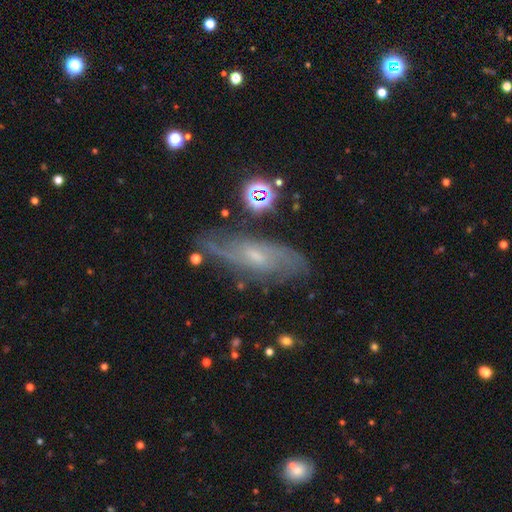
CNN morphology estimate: Smooth or featured?
  - featured or disk: 77% *
  - smooth: 14%
  - star or artifact: 9%
Edge-on disk?
  - no: 85% *
  - yes: 15%
Bar?
  - weak: 51% *
  - no: 39%
  - strong: 11%
Spiral arms?
  - yes: 92% *
  - no: 8%
Spiral winding?
  - medium: 45% *
  - tight: 31%
  - loose: 24%
Spiral arm count?
  - 2: 55% *
  - can't tell: 29%
  - 3: 7%
  - 1: 4%
  - 4: 3%
  - more than 4: 3%
Bulge size?
  - small: 56% *
  - moderate: 31%
  - none: 9%
  - large: 2%
  - dominant: 1%
Merging?
  - none: 72% *
  - minor disturbance: 18%
  - major disturbance: 7%
  - merger: 3%